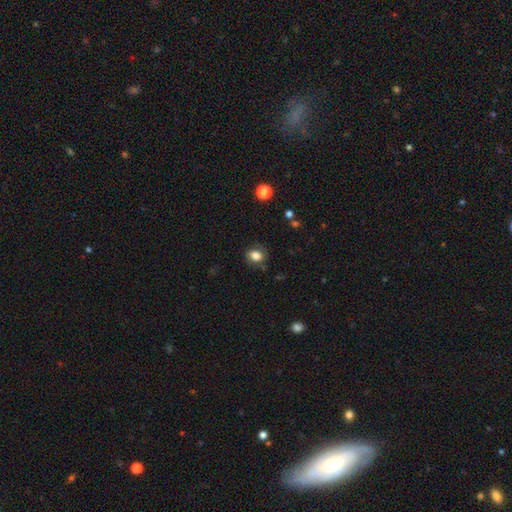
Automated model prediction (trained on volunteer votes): A smooth galaxy with no disk features (80%) that is round (51%). Merging: none (77%).